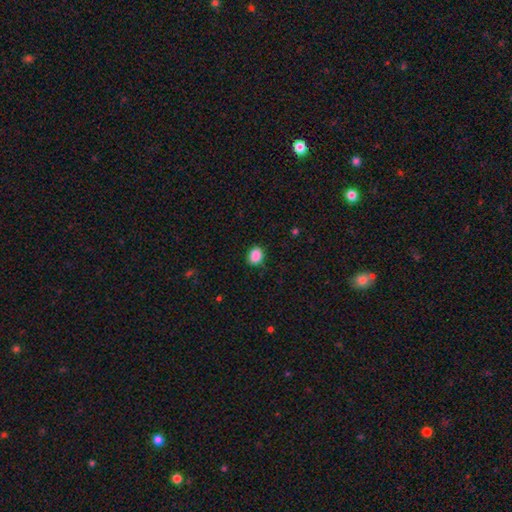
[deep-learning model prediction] This appears to be a smooth galaxy with no disk features (89%) that is in between round and cigar-shaped (53%). Merging: none (85%).